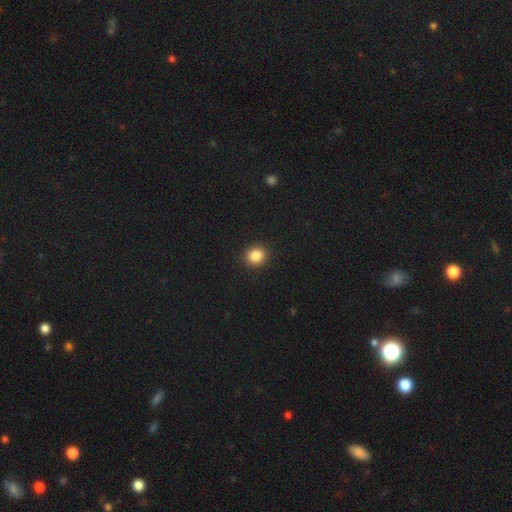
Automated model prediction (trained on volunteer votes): Smooth or featured?
  - smooth: 86% *
  - star or artifact: 10%
  - featured or disk: 4%
How rounded?
  - round: 81% *
  - in between: 18%
  - cigar-shaped: 1%
Merging?
  - none: 92% *
  - minor disturbance: 5%
  - major disturbance: 2%
  - merger: 1%